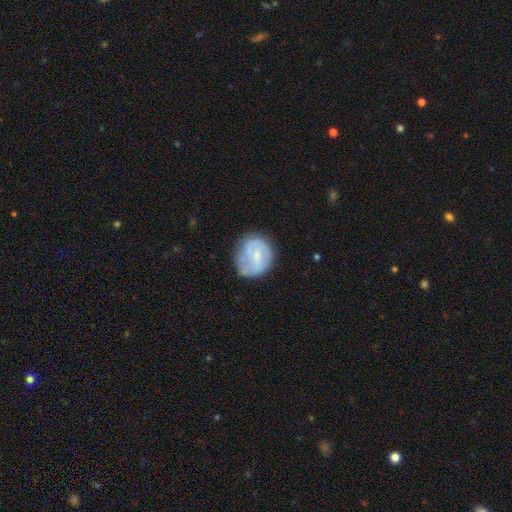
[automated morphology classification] Smooth or featured: smooth — 47% (featured or disk — 46%)
Merging: none — 60% (minor disturbance — 26%)